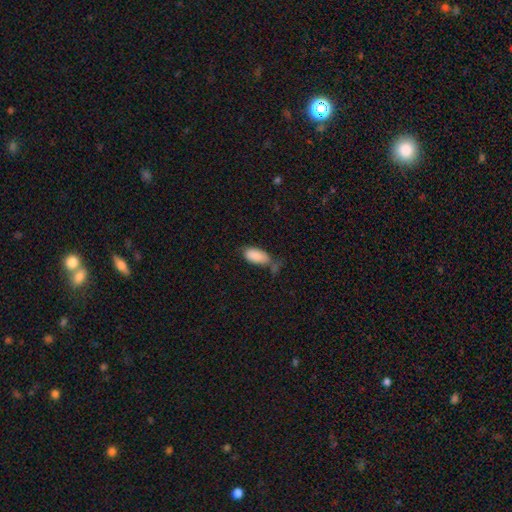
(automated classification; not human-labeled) smooth_or_featured: smooth (p=0.87) [alt: star or artifact p=0.07]
how_rounded: in between (p=0.93) [alt: cigar-shaped p=0.05]
merging: none (p=0.44) [alt: minor disturbance p=0.30]